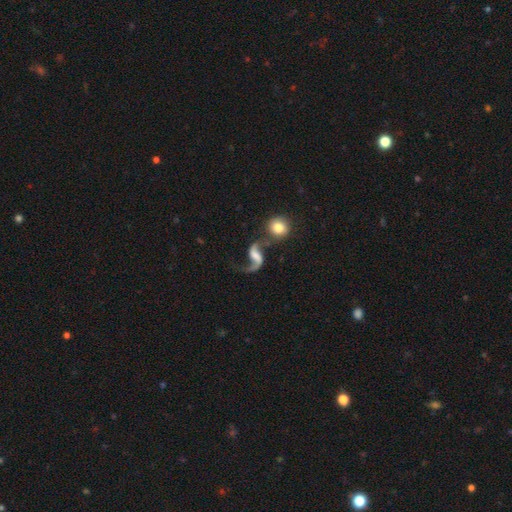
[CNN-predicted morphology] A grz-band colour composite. It shows a featured or disk galaxy (81%) with a weak bar (40%), 2 (80%) loose (86%) spiral arms (94%) and no central bulge (32%). Merging: none (44%).